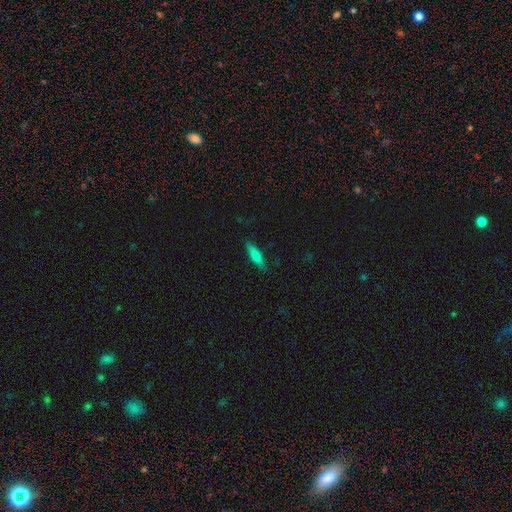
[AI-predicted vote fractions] Morphology: type=smooth (66%); roundness=cigar-shaped (73%); merging=none (86%).